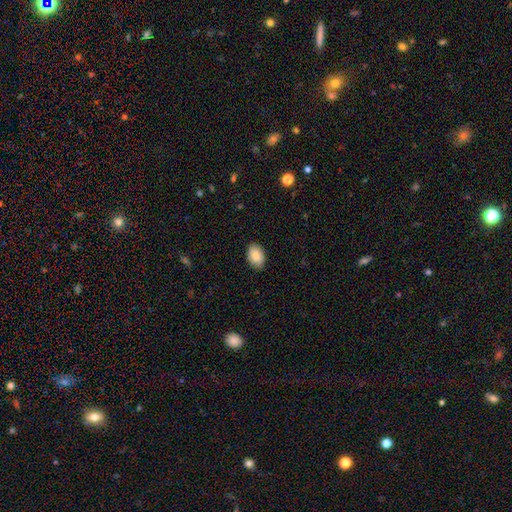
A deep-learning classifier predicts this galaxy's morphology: Smooth or featured? smooth (87%)
How rounded? in between (89%)
Merging? none (87%)